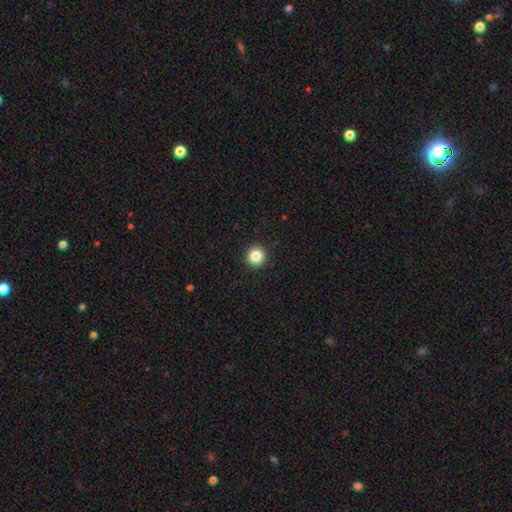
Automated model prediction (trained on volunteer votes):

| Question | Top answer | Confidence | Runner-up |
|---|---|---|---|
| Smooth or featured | smooth | 85% | star or artifact (10%) |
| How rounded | round | 95% | in between (4%) |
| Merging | none | 93% | minor disturbance (5%) |